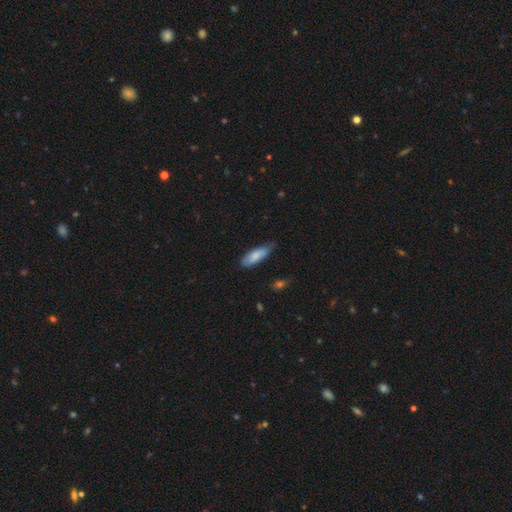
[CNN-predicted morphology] Smooth or featured? Predicted: smooth (p=0.81). How rounded? Predicted: in between (p=0.59). Merging? Predicted: none (p=0.61).